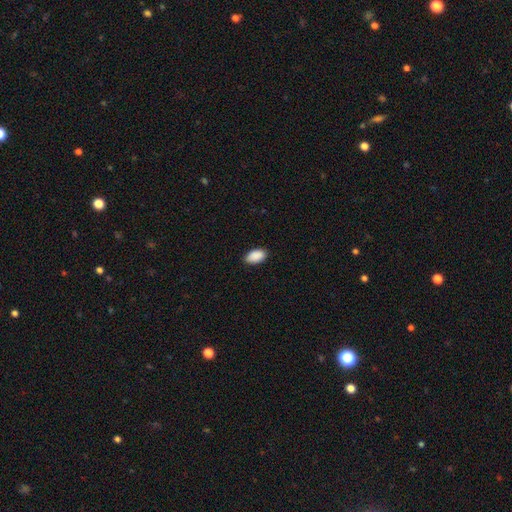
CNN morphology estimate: smooth_or_featured: smooth (p=0.91) [alt: star or artifact p=0.06]
how_rounded: in between (p=0.95) [alt: round p=0.04]
merging: none (p=0.87) [alt: minor disturbance p=0.10]